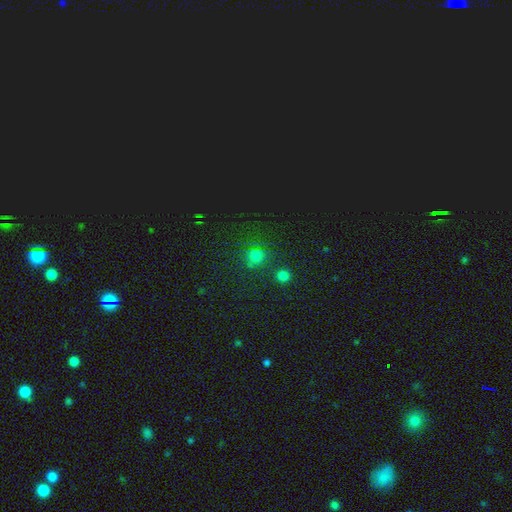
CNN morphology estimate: The model was most divided on "smooth or featured": smooth: 56%, star or artifact: 37%, featured or disk: 8%. More confident: how rounded — round (88%); merging — none (75%).